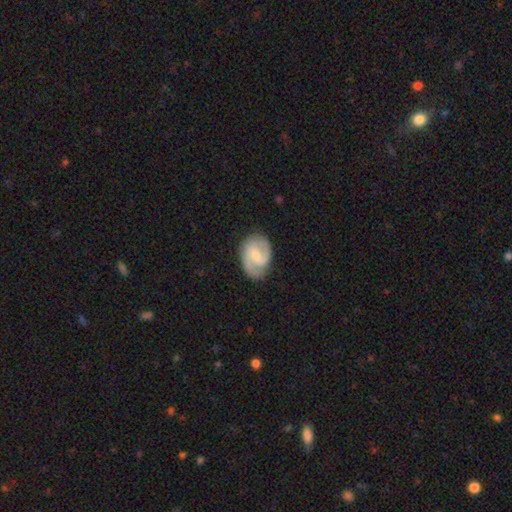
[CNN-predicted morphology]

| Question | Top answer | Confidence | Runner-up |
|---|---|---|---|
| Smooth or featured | featured or disk | 81% | smooth (14%) |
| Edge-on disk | no | 98% | yes (2%) |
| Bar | weak | 55% | no (33%) |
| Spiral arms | yes | 96% | no (4%) |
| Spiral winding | medium | 54% | tight (27%) |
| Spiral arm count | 2 | 87% | can't tell (5%) |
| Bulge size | small | 59% | moderate (33%) |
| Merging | none | 77% | minor disturbance (16%) |